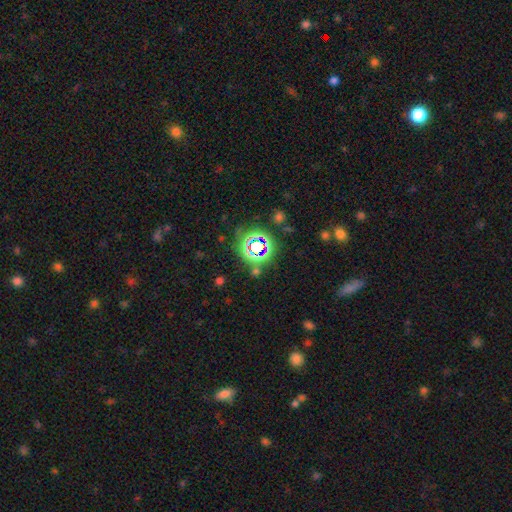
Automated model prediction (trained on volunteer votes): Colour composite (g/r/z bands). It shows a star or artifact, not a galaxy (72%).